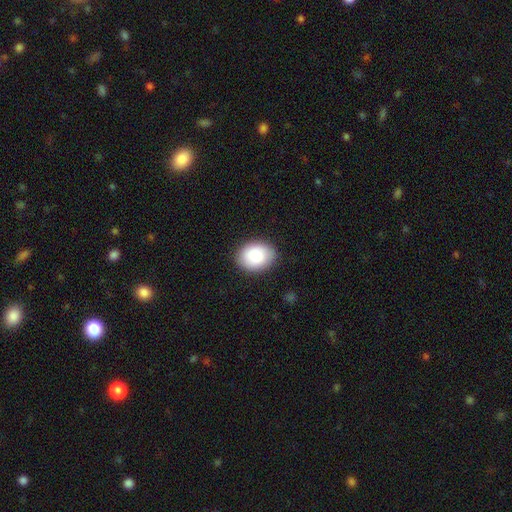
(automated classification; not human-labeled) Q: Smooth or featured?
A: smooth (86%); runner-up: featured or disk (7%)
Q: How rounded?
A: in between (65%); runner-up: round (34%)
Q: Merging?
A: none (87%); runner-up: minor disturbance (10%)